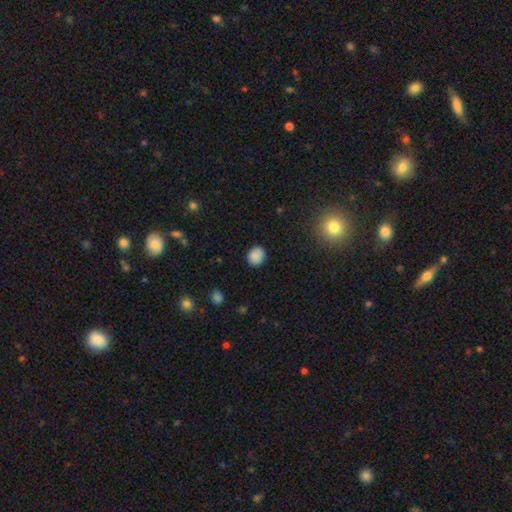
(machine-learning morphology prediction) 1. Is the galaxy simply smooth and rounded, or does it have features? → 85% smooth, 10% star or artifact, 5% featured or disk.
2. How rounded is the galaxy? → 66% round, 33% in between, 1% cigar-shaped.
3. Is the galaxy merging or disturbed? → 83% none, 13% minor disturbance, 3% major disturbance, 1% merger.